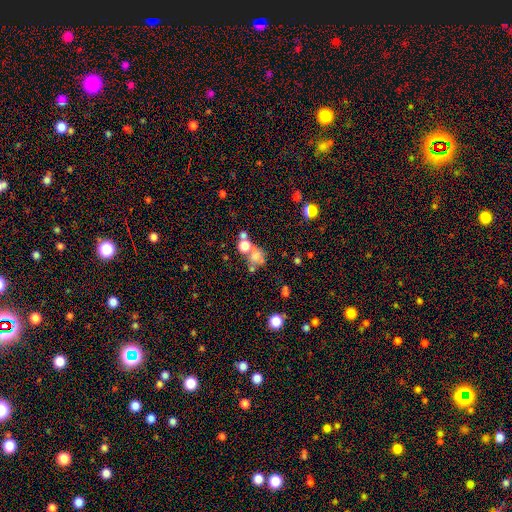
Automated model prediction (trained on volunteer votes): Q: Smooth or featured?
A: smooth (58%); runner-up: featured or disk (22%)
Q: How rounded?
A: round (66%); runner-up: in between (33%)
Q: Merging?
A: merger (43%); runner-up: none (35%)